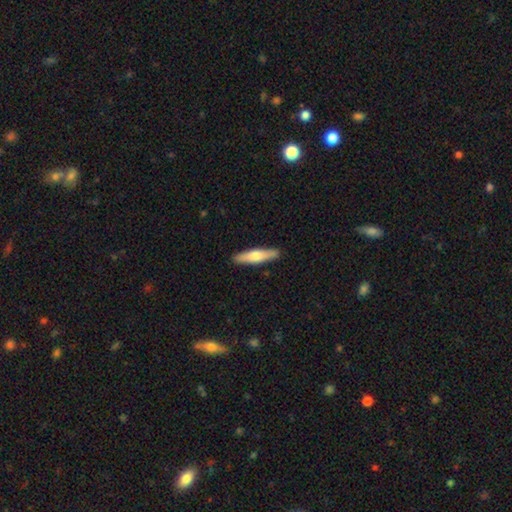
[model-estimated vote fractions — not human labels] smooth_or_featured: smooth (p=0.60) [alt: featured or disk p=0.35]
how_rounded: cigar-shaped (p=0.79) [alt: in between p=0.19]
merging: none (p=0.90) [alt: minor disturbance p=0.07]